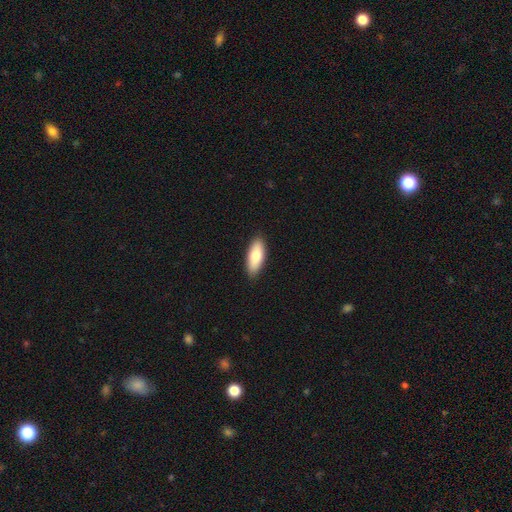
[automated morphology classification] A smooth galaxy with no disk features (80%) that is in between round and cigar-shaped (74%).

Vote fractions:
- Smooth or featured? smooth: 80% / featured or disk: 14% / star or artifact: 6%
- How rounded? in between: 74% / cigar-shaped: 24% / round: 2%
- Merging? none: 89% / minor disturbance: 8% / major disturbance: 2% / merger: 1%